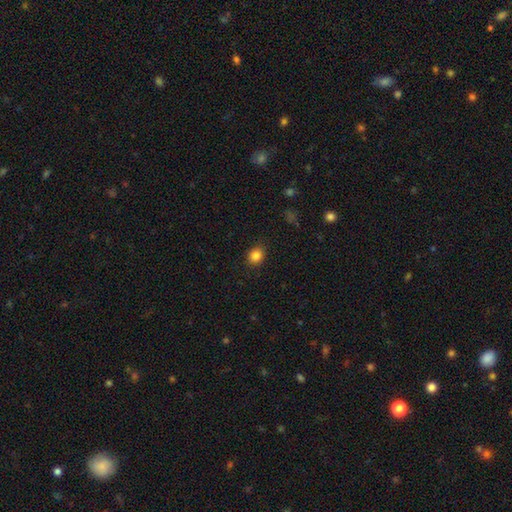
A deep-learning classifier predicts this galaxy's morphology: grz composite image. It shows a smooth galaxy with no disk features (85%) that is round (65%). Merging: none (87%).